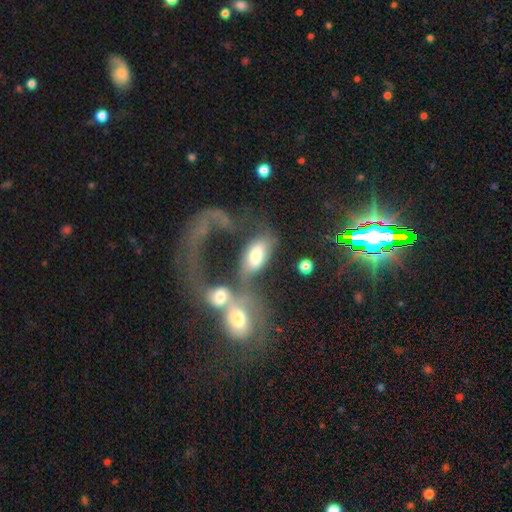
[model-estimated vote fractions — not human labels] smooth 58%, featured or disk 32%, star or artifact 10%. Down the decision tree: how rounded — in between (88%); merging — merger (55%).